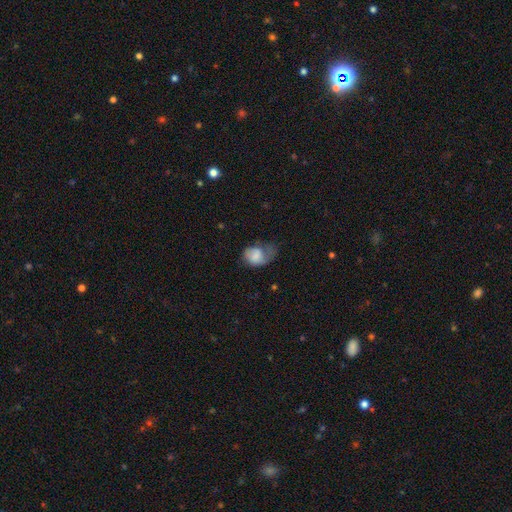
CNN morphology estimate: A smooth galaxy with no disk features (64%) that is in between round and cigar-shaped (67%). Merging: major disturbance (45%).